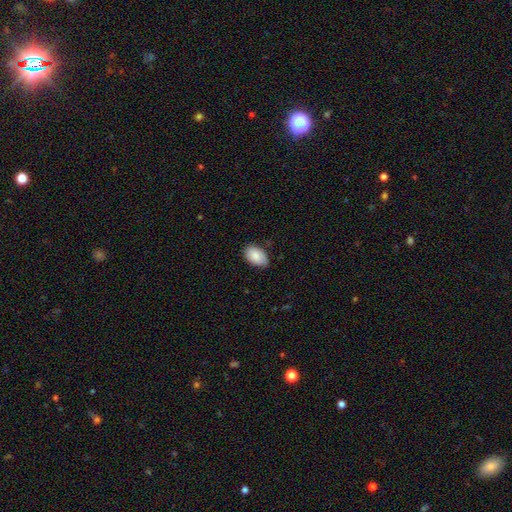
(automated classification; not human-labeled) smooth 87%, featured or disk 7%, star or artifact 6%. Down the decision tree: how rounded — in between (92%); merging — none (76%).